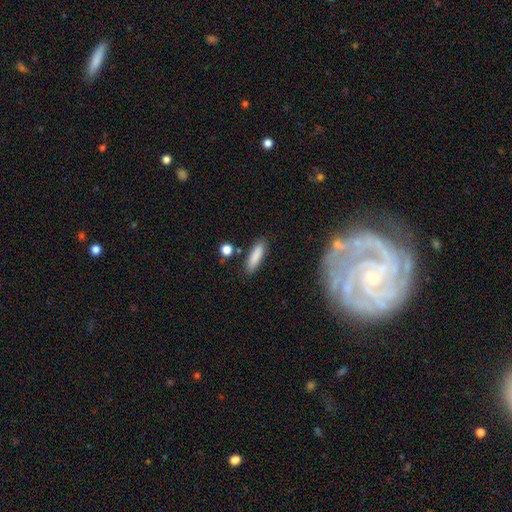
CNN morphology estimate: Smooth or featured? smooth (85%)
How rounded? cigar-shaped (61%)
Merging? none (84%)